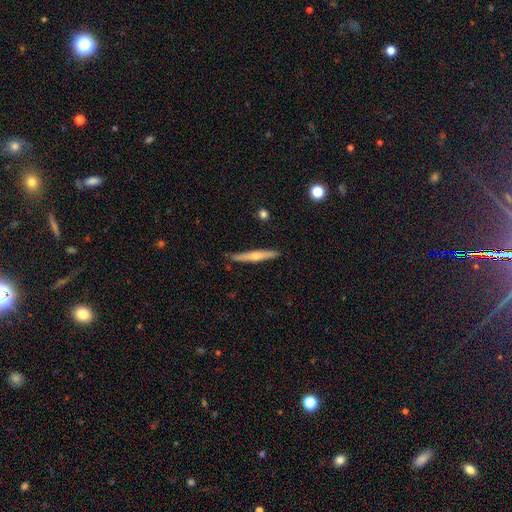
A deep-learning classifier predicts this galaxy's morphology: This is likely a featured or disk galaxy (64%). It is clearly viewed edge-on (96%). Edge-on bulge: clearly rounded (86%). Merging: clearly none (88%).